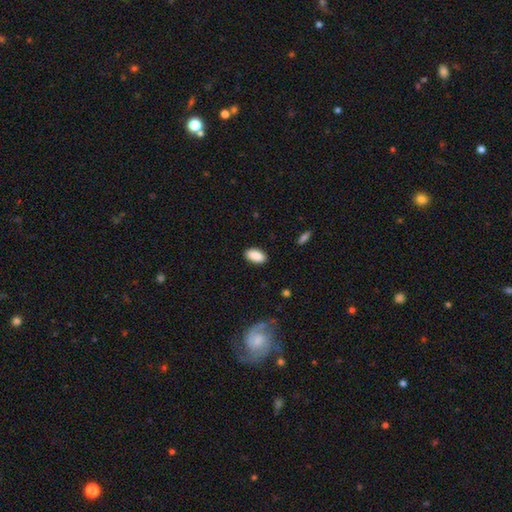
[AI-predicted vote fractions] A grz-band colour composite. It shows a smooth galaxy with no disk features (89%) that is in between round and cigar-shaped (94%). Merging: none (88%).